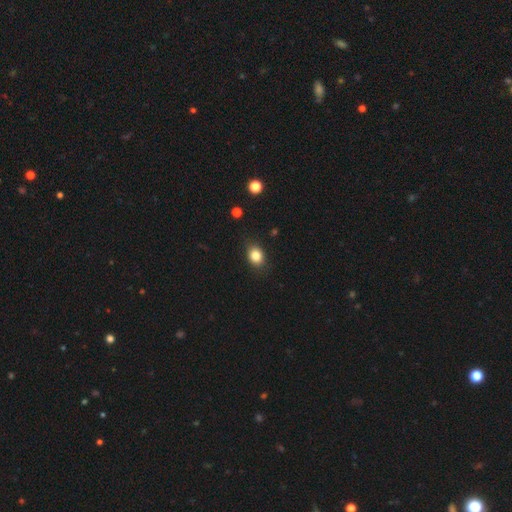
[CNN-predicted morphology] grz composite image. It shows a smooth galaxy with no disk features (83%) that is in between round and cigar-shaped (56%). Merging: none (84%).